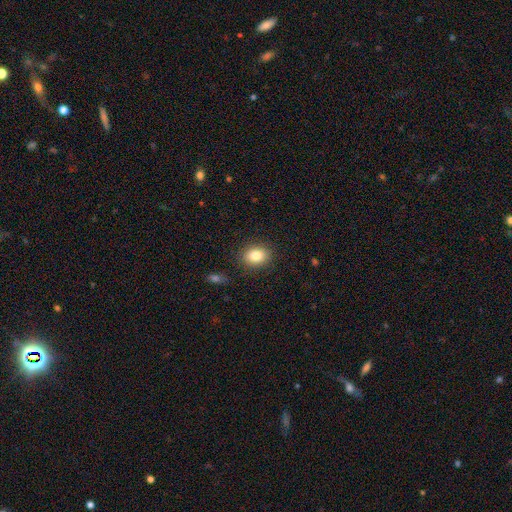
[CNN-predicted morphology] smooth_or_featured: smooth (p=0.83) [alt: star or artifact p=0.09]
how_rounded: in between (p=0.63) [alt: round p=0.36]
merging: none (p=0.87) [alt: minor disturbance p=0.09]